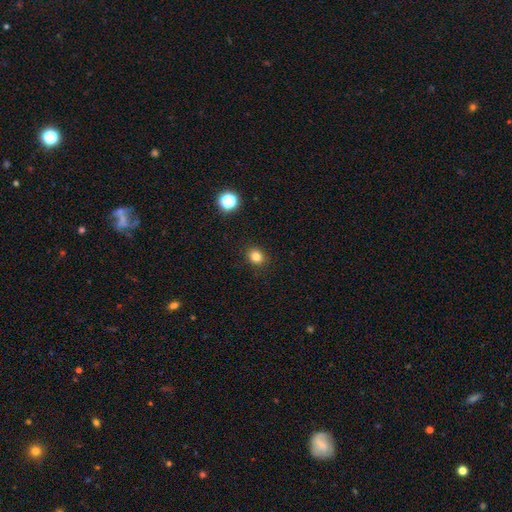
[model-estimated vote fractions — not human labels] This appears to be a smooth galaxy with no disk features (82%) that is round (65%). Merging: none (89%).